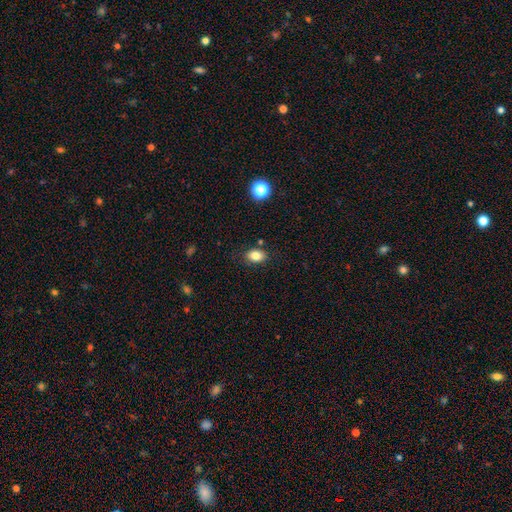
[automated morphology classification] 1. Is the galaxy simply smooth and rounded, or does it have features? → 82% smooth, 10% star or artifact, 8% featured or disk.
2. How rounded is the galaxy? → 79% in between, 20% round, 1% cigar-shaped.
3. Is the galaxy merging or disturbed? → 82% none, 12% minor disturbance, 3% merger, 3% major disturbance.